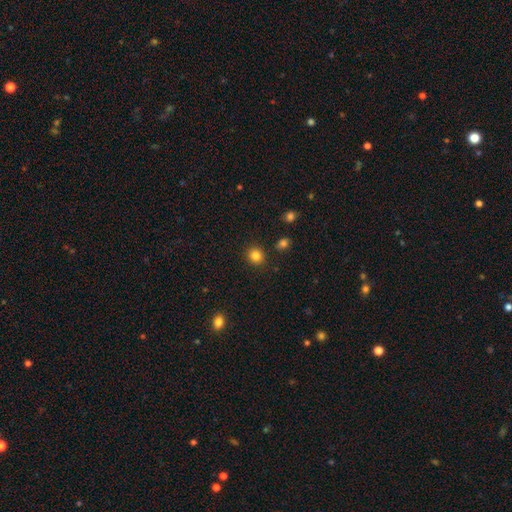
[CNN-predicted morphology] type=smooth (84%); roundness=round (85%); merging=none (89%).